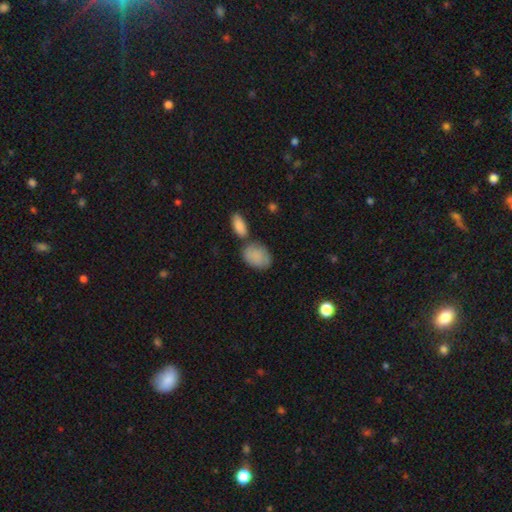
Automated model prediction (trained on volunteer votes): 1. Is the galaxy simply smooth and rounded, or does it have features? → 85% smooth, 8% featured or disk, 6% star or artifact.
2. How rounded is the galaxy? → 85% in between, 13% round, 2% cigar-shaped.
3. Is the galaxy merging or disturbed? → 54% none, 21% merger, 19% minor disturbance, 6% major disturbance.